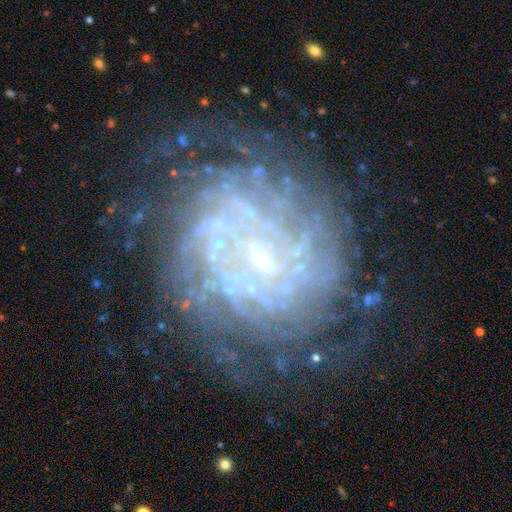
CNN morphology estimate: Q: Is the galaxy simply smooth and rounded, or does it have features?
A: featured or disk — 82%.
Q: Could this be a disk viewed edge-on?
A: no — 97%.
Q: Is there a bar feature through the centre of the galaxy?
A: no — 61%.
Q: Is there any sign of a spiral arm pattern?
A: yes — 90%.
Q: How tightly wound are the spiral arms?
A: tight — 74%.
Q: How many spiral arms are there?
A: can't tell — 39%.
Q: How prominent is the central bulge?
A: small — 79%.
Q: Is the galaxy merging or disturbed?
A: none — 70%.